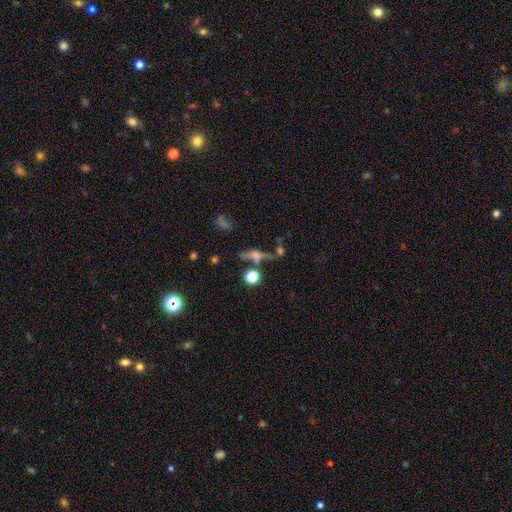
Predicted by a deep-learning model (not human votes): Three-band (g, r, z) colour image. It shows a featured or disk galaxy (42%). Merging: none (56%).